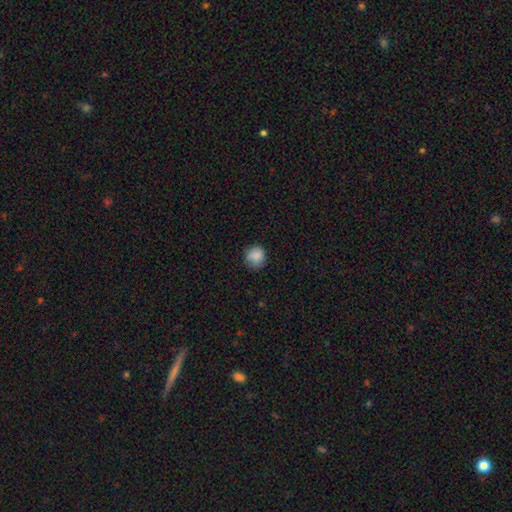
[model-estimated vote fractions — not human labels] Smooth or featured: smooth — 87% (star or artifact — 9%)
How rounded: round — 88% (in between — 11%)
Merging: none — 81% (minor disturbance — 15%)